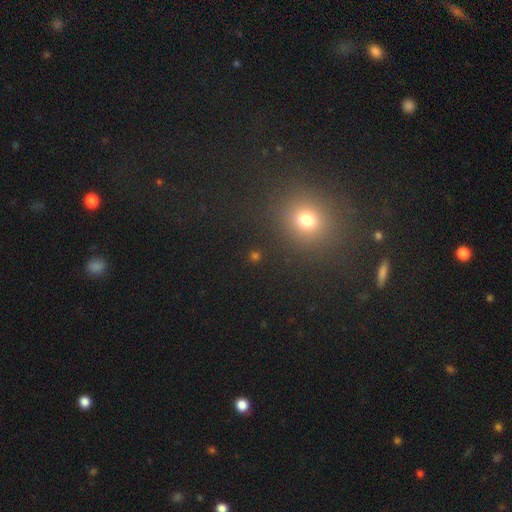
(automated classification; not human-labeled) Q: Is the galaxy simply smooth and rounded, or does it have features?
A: smooth — 56%.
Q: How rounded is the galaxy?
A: round — 88%.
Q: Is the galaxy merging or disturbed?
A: none — 88%.